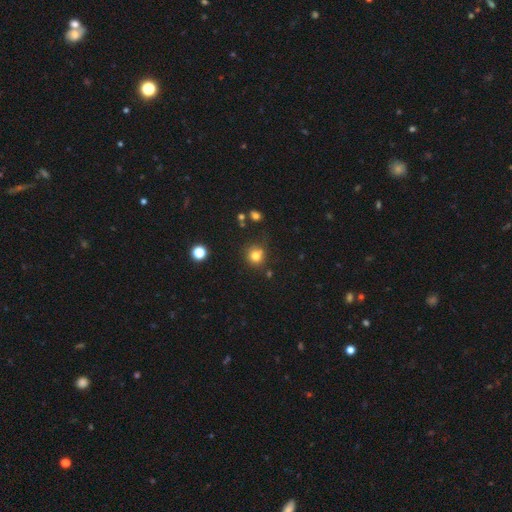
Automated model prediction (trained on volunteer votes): smooth_or_featured: smooth (p=0.79) [alt: star or artifact p=0.14]
how_rounded: round (p=0.89) [alt: in between p=0.10]
merging: none (p=0.75) [alt: minor disturbance p=0.13]